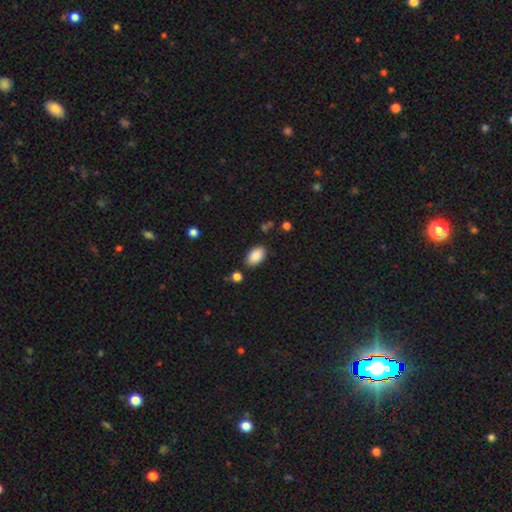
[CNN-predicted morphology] This is clearly a smooth galaxy (89%). How rounded: clearly in between (93%). Merging: clearly none (83%).